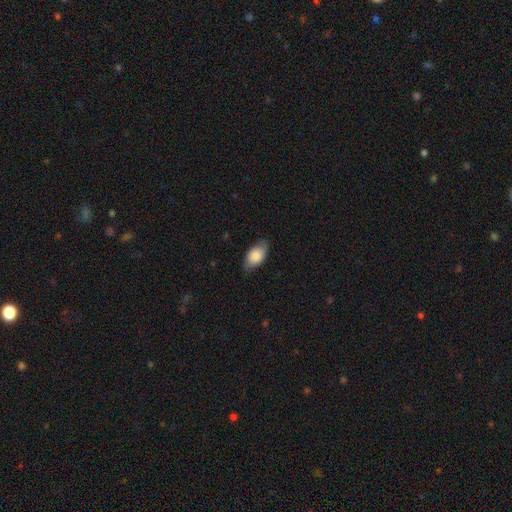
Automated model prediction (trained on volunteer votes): Smooth or featured? Predicted: smooth (p=0.78). How rounded? Predicted: in between (p=0.91). Merging? Predicted: none (p=0.72).